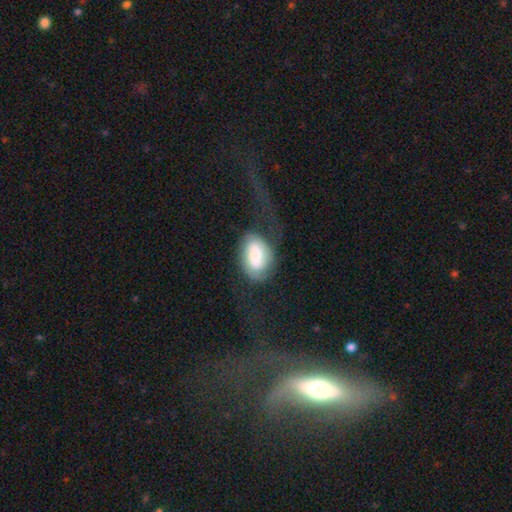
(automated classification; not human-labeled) smooth_or_featured: smooth (p=0.53) [alt: featured or disk p=0.39]
how_rounded: in between (p=0.88) [alt: round p=0.11]
merging: major disturbance (p=0.38) [alt: none p=0.36]